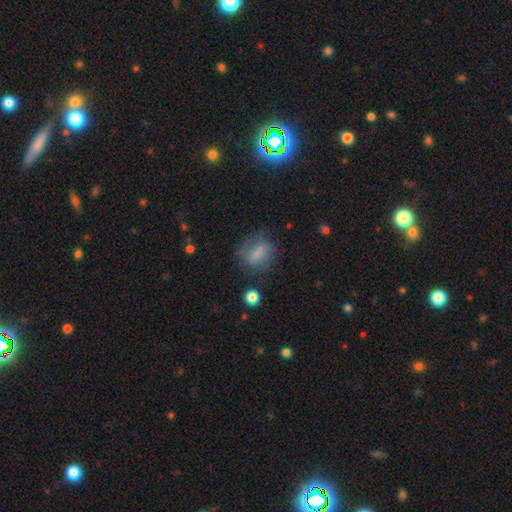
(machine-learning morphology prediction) This appears to be a smooth galaxy with no disk features (61%) that is in between round and cigar-shaped (59%). Merging: none (71%).